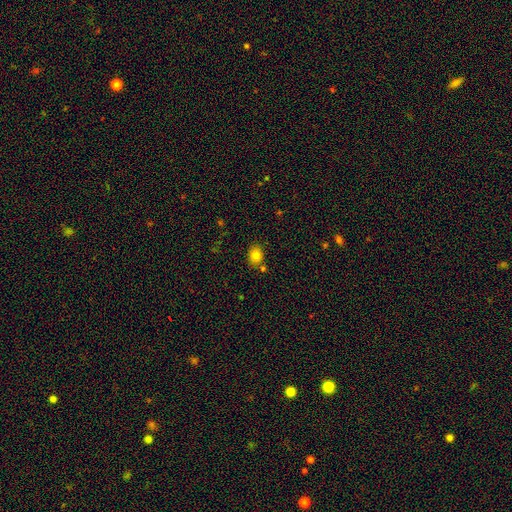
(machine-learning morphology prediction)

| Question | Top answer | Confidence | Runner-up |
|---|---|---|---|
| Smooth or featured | smooth | 82% | star or artifact (11%) |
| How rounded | in between | 57% | round (42%) |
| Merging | none | 76% | minor disturbance (12%) |